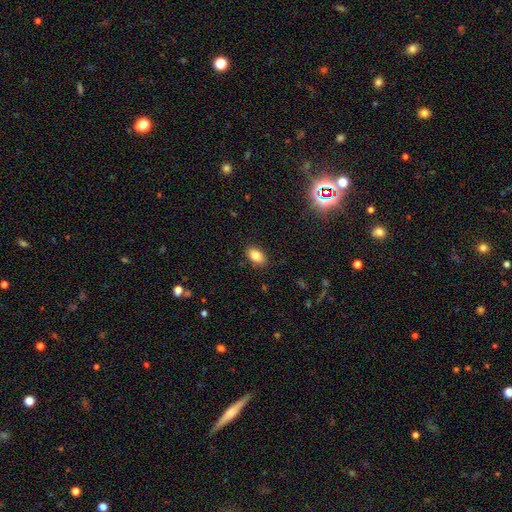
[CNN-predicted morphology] smooth_or_featured: smooth (p=0.84) [alt: star or artifact p=0.09]
how_rounded: in between (p=0.91) [alt: round p=0.07]
merging: none (p=0.87) [alt: minor disturbance p=0.09]